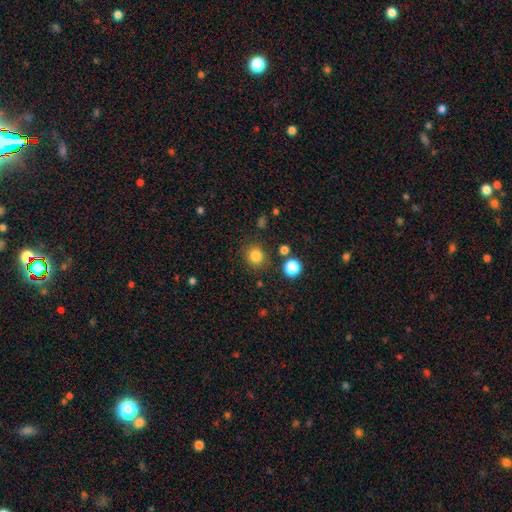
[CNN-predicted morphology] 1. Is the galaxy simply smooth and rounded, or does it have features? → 83% smooth, 13% star or artifact, 5% featured or disk.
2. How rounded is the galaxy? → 88% round, 11% in between, 1% cigar-shaped.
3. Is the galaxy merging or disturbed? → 84% none, 8% minor disturbance, 4% merger, 3% major disturbance.